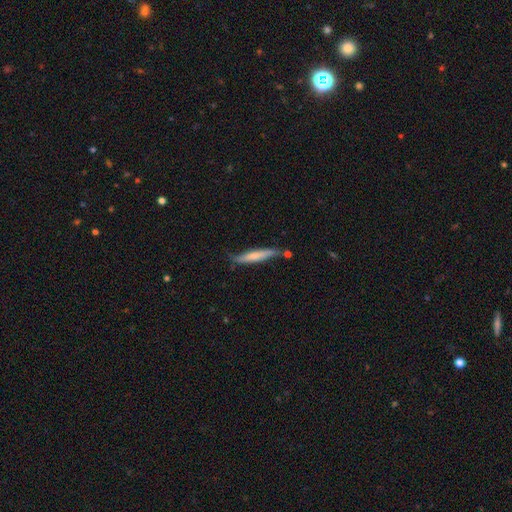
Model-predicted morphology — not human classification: A smooth galaxy with no disk features (61%) that is cigar-shaped (91%). Merging: none (61%).